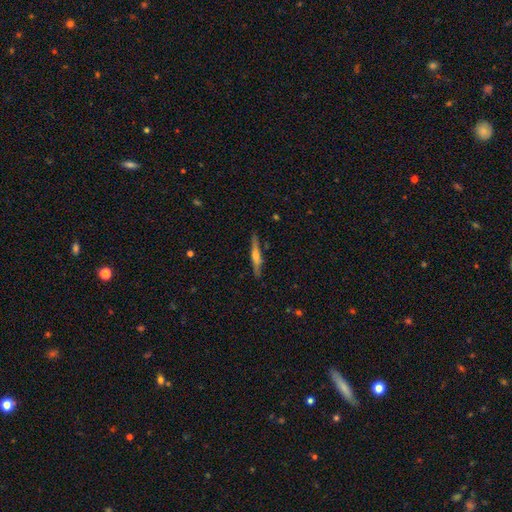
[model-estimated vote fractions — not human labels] A featured or disk galaxy (58%) viewed edge-on (95%) with a rounded central bulge (70%).

Vote fractions:
- Smooth or featured? featured or disk: 58% / smooth: 36% / star or artifact: 6%
- Edge-on disk? yes: 95% / no: 5%
- Edge-on bulge? rounded: 70% / none: 18% / boxy: 12%
- Merging? none: 86% / minor disturbance: 10% / major disturbance: 2% / merger: 2%